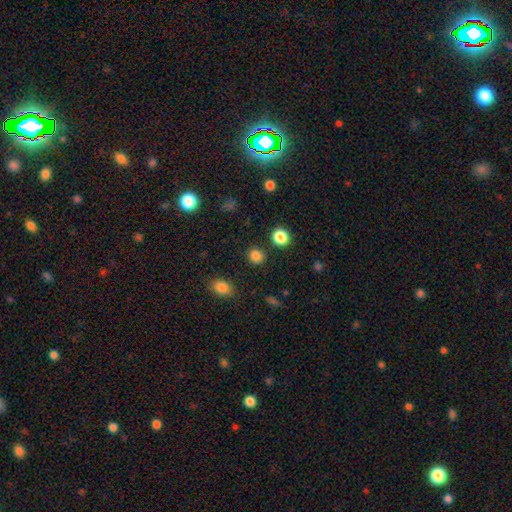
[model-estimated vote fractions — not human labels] Smooth or featured?
  - smooth: 84% *
  - star or artifact: 13%
  - featured or disk: 4%
How rounded?
  - round: 85% *
  - in between: 14%
  - cigar-shaped: 1%
Merging?
  - none: 88% *
  - minor disturbance: 6%
  - merger: 3%
  - major disturbance: 3%